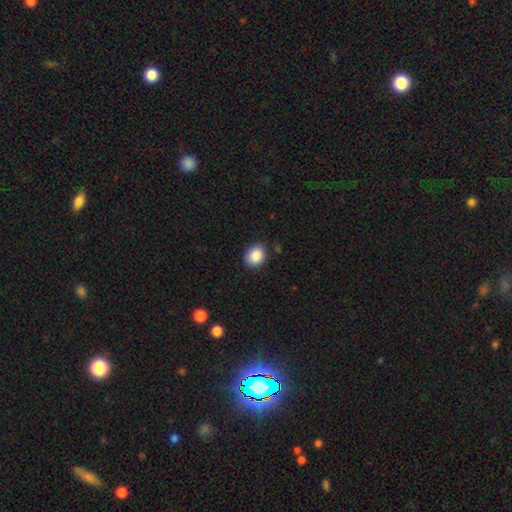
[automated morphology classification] Overall: smooth (87%). How rounded: in between (53%; round 46%). Merging: none (84%).